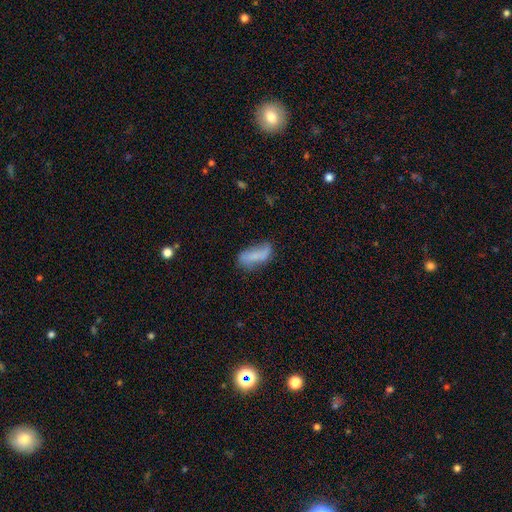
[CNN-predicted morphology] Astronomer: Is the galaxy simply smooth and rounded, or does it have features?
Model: smooth — 65%.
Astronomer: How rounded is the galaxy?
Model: in between — 80%.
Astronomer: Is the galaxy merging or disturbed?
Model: none — 49% (runner-up: minor disturbance, 32%).